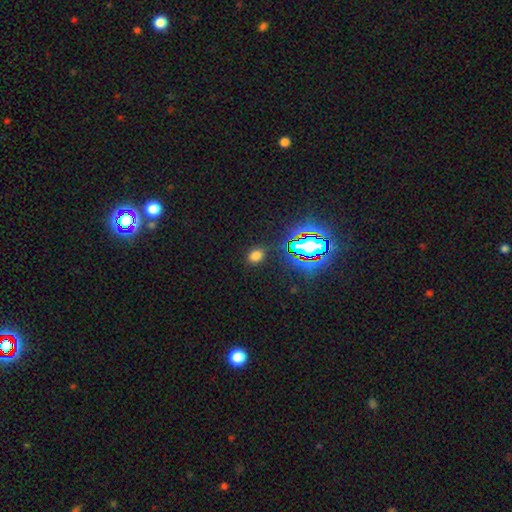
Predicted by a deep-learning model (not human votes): Q: Smooth or featured?
A: smooth (67%); runner-up: star or artifact (27%)
Q: How rounded?
A: round (51%); runner-up: in between (48%)
Q: Merging?
A: none (85%); runner-up: minor disturbance (9%)